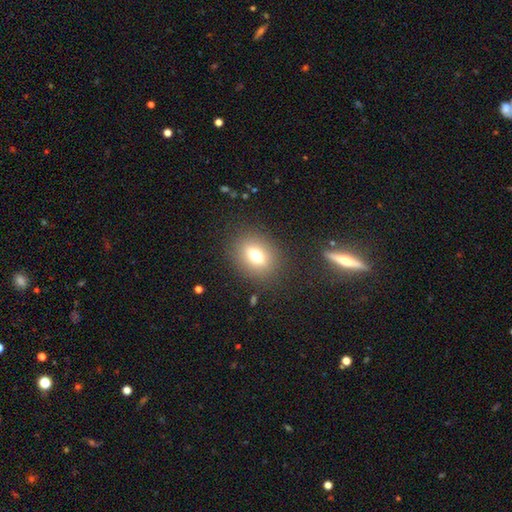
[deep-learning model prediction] smooth-or-featured: smooth: 68% | featured or disk: 19% | star or artifact: 12%
  how-rounded: in between: 61% | round: 36% | cigar-shaped: 3%
  merging: none: 85% | minor disturbance: 9% | major disturbance: 5% | merger: 2%